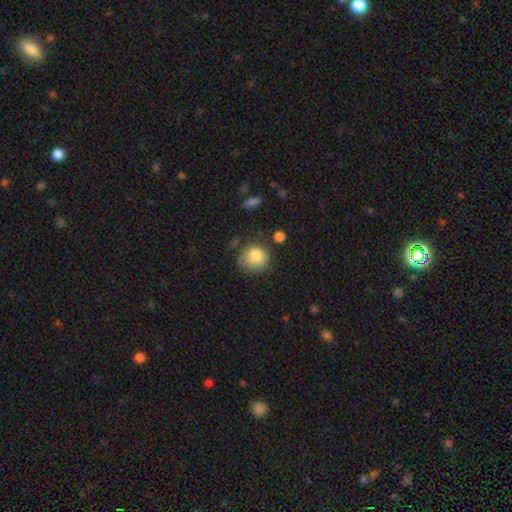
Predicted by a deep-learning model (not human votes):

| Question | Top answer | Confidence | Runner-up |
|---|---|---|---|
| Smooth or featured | smooth | 82% | featured or disk (9%) |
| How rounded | round | 81% | in between (18%) |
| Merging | none | 61% | minor disturbance (26%) |